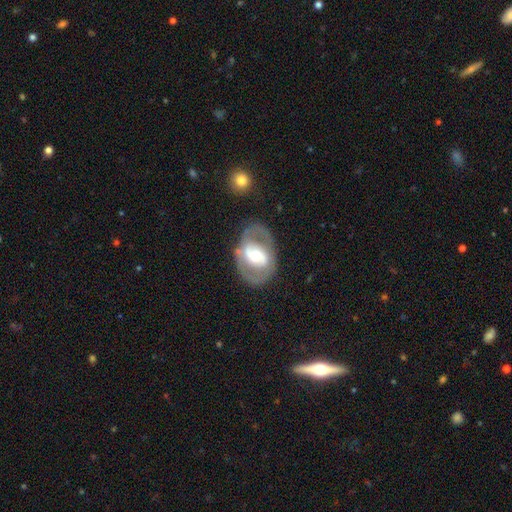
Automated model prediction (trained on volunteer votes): Overall: featured or disk (69%). Edge-on disk: no (94%). Bar: no (42%; weak 34%). Spiral arms: no (51%; yes 49%). Bulge size: moderate (64%). Merging: none (68%).